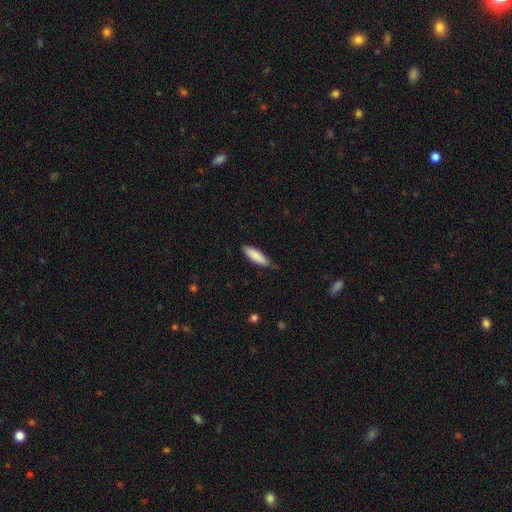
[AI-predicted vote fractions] smooth-or-featured: smooth: 86% | featured or disk: 8% | star or artifact: 5%
  how-rounded: cigar-shaped: 50% | in between: 49% | round: 1%
  merging: none: 70% | minor disturbance: 24% | major disturbance: 4% | merger: 2%